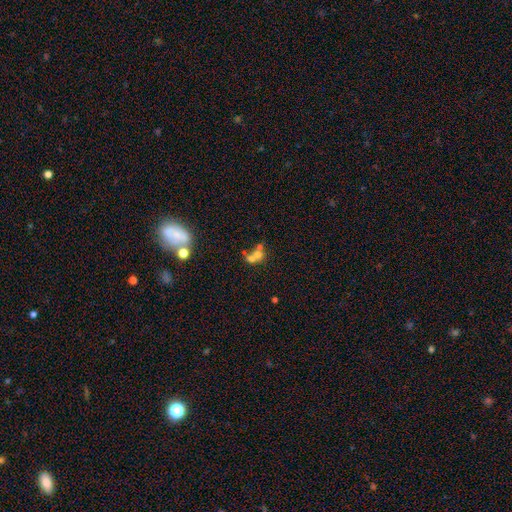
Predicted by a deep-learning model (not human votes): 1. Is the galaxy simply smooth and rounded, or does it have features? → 55% smooth, 26% featured or disk, 18% star or artifact.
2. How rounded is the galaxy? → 69% round, 30% in between, 2% cigar-shaped.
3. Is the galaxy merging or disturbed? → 61% merger, 27% none, 6% minor disturbance, 6% major disturbance.